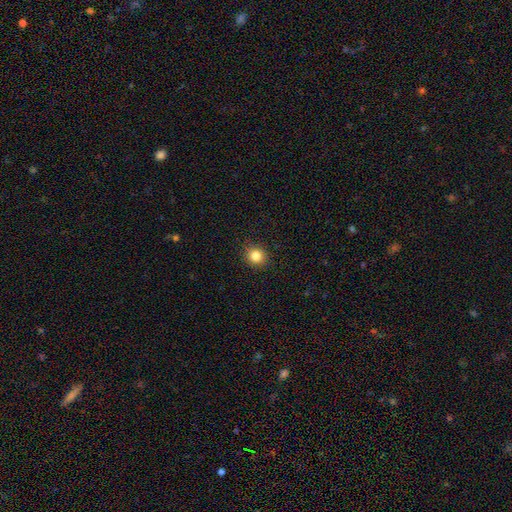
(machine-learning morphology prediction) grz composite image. It shows a smooth galaxy with no disk features (83%) that is round (89%). Merging: none (91%).